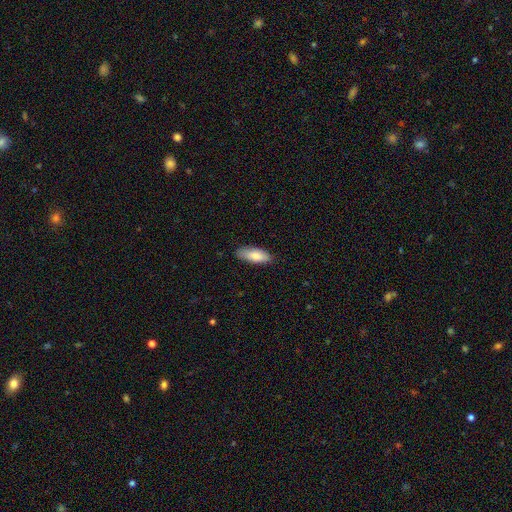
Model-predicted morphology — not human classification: This appears to be a smooth galaxy with no disk features (85%) that is in between round and cigar-shaped (73%). Merging: none (81%).